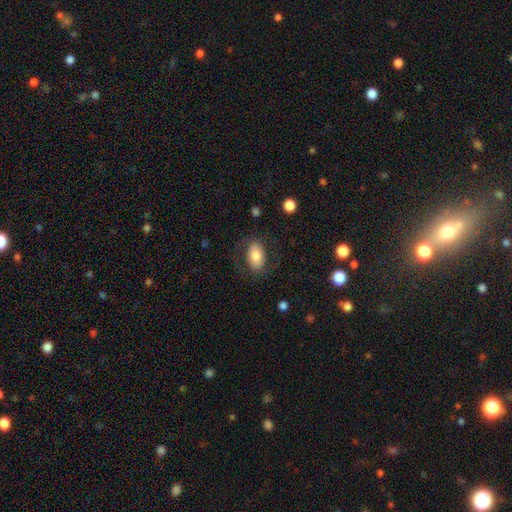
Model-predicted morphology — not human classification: type=smooth (72%); roundness=in between (90%); merging=none (74%).